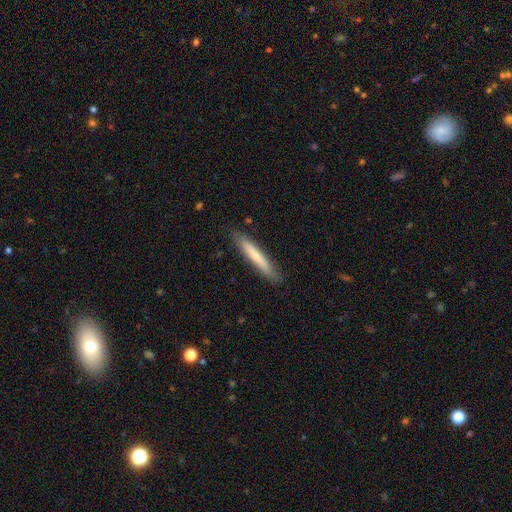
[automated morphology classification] Smooth or featured? Predicted: smooth (p=0.66). How rounded? Predicted: cigar-shaped (p=0.94). Merging? Predicted: none (p=0.87).